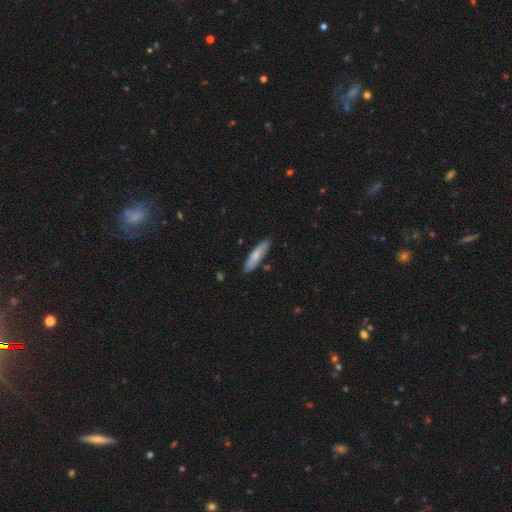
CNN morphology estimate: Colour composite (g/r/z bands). It shows a smooth galaxy with no disk features (71%) that is cigar-shaped (76%). Merging: none (85%).